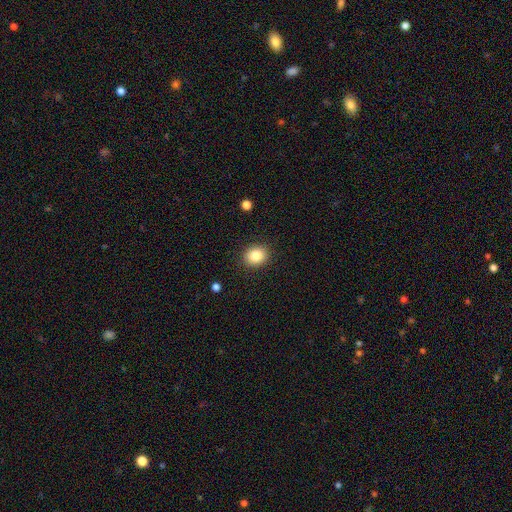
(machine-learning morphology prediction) The model was most divided on "how rounded": round: 67%, in between: 32%, cigar-shaped: 1%. More confident: merging — none (89%); smooth or featured — smooth (85%).